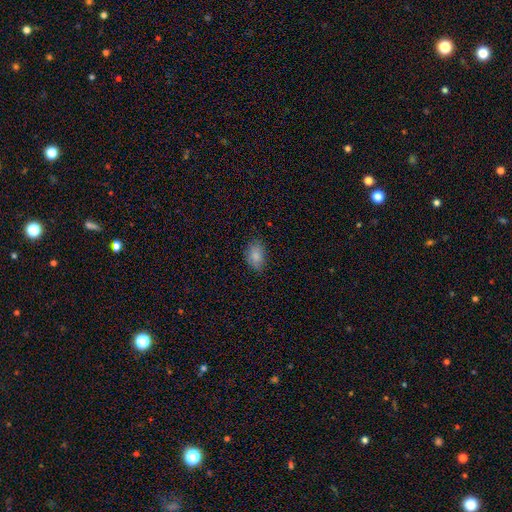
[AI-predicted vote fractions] This is clearly a smooth galaxy (83%). How rounded: clearly in between (88%). Merging: likely none (79%).